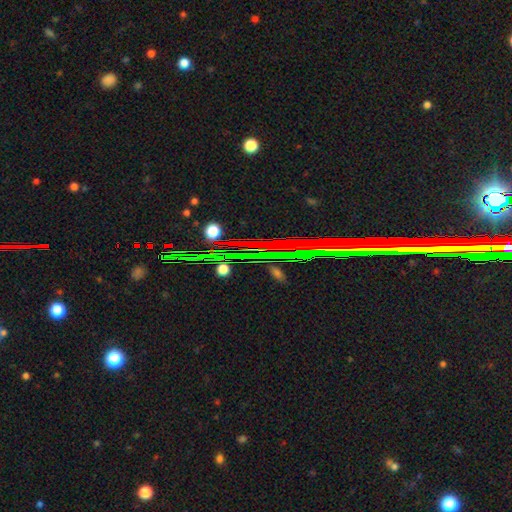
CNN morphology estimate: This appears to be a star or artifact, not a galaxy (82%).